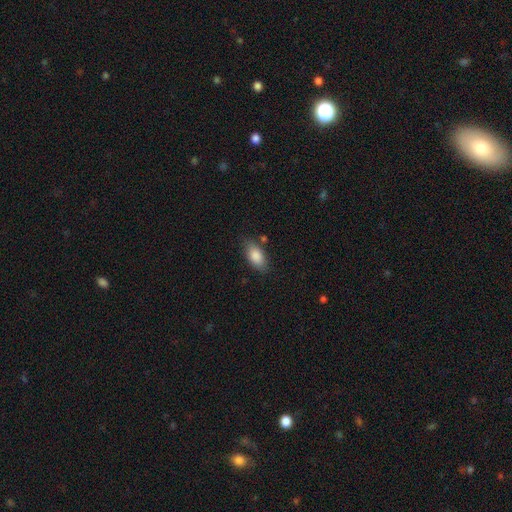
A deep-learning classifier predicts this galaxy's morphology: smooth-or-featured: smooth: 85% | featured or disk: 8% | star or artifact: 7%
  how-rounded: in between: 91% | cigar-shaped: 5% | round: 4%
  merging: none: 78% | minor disturbance: 15% | merger: 4% | major disturbance: 4%